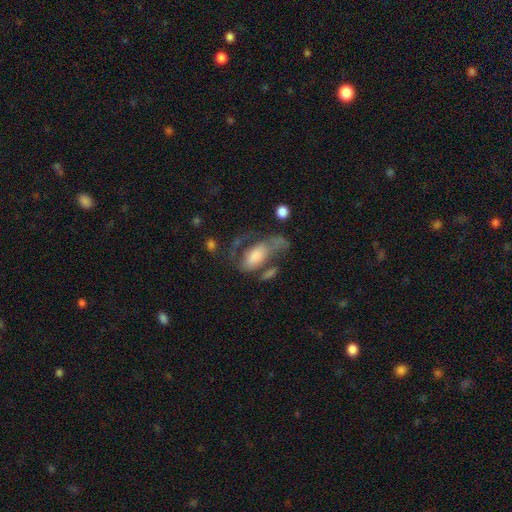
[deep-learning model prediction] Smooth or featured? featured or disk (53%)
Edge-on disk? no (92%)
Merging? major disturbance (45%)